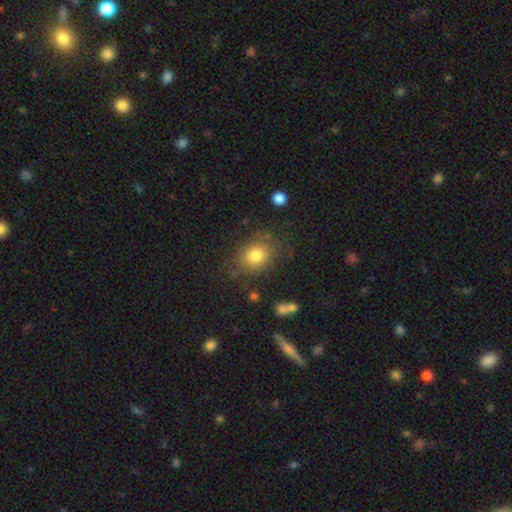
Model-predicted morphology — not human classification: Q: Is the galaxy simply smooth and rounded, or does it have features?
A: smooth — 79%.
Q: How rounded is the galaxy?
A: round — 56%.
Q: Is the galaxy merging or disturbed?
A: none — 78%.